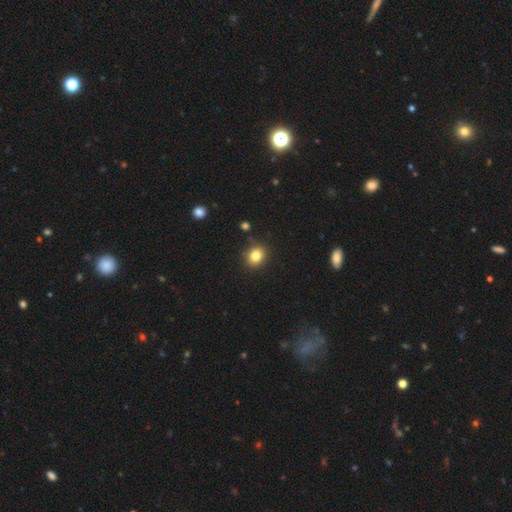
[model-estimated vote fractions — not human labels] Smooth or featured? smooth (82%)
How rounded? round (71%)
Merging? none (86%)